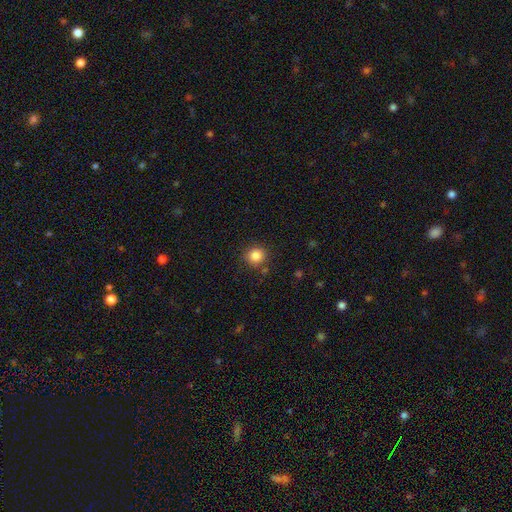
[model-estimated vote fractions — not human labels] Smooth or featured? smooth (84%)
How rounded? round (91%)
Merging? none (85%)